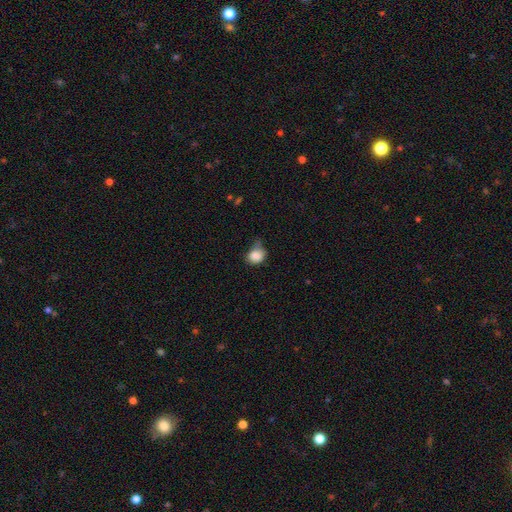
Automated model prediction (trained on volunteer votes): smooth-or-featured: smooth: 83% | star or artifact: 9% | featured or disk: 7%
  how-rounded: round: 56% | in between: 42% | cigar-shaped: 1%
  merging: minor disturbance: 42% | none: 34% | major disturbance: 18% | merger: 5%